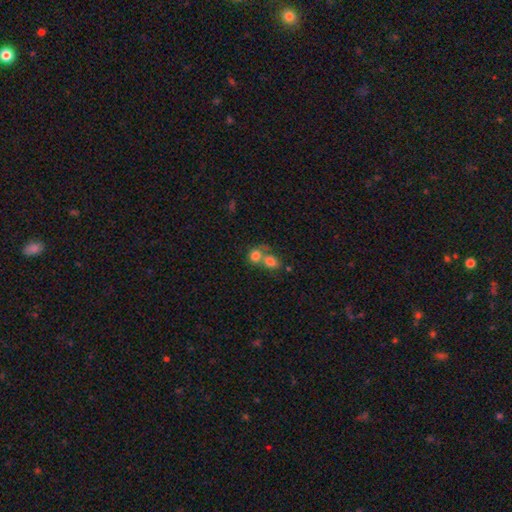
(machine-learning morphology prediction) This is likely a smooth galaxy (78%). How rounded: likely round (71%). Merging: likely merger (63%).